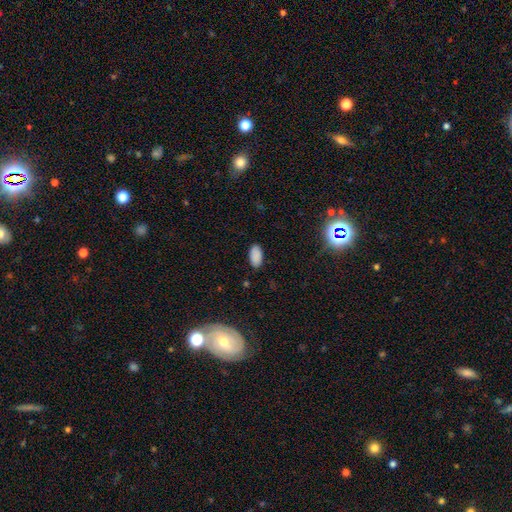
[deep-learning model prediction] A smooth galaxy with no disk features (88%) that is in between round and cigar-shaped (95%). Merging: none (87%).